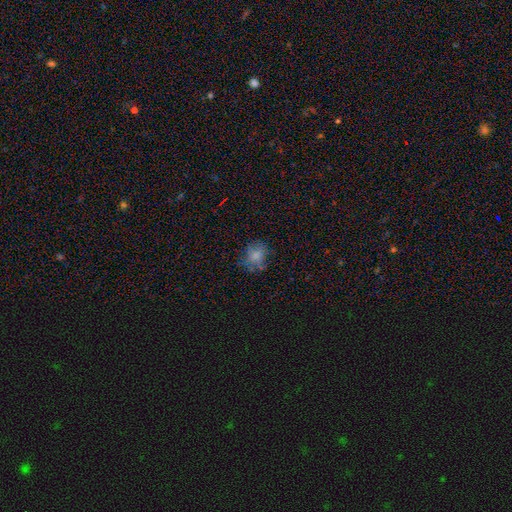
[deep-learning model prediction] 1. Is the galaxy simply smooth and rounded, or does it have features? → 64% smooth, 19% featured or disk, 17% star or artifact.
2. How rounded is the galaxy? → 57% round, 42% in between, 1% cigar-shaped.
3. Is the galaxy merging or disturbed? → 60% none, 22% minor disturbance, 15% major disturbance, 3% merger.